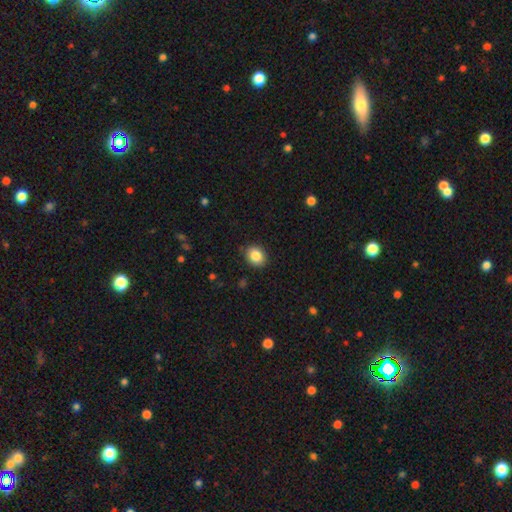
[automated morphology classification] A smooth galaxy with no disk features (86%) that is round (52%). Merging: none (87%).